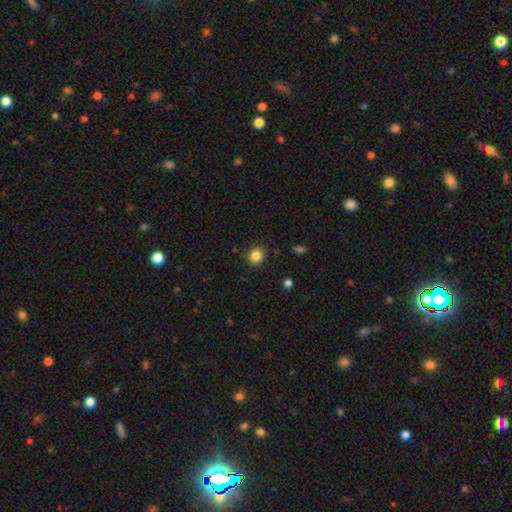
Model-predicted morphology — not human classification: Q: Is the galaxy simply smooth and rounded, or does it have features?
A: smooth — 85%.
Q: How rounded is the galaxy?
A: round — 80%.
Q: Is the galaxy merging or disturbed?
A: none — 89%.